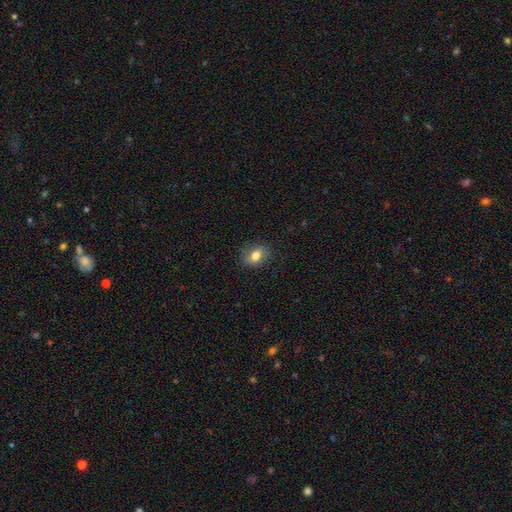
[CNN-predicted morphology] A smooth galaxy with no disk features (78%) that is in between round and cigar-shaped (65%).

Vote fractions:
- Smooth or featured? smooth: 78% / featured or disk: 12% / star or artifact: 9%
- How rounded? in between: 65% / round: 34% / cigar-shaped: 1%
- Merging? none: 83% / minor disturbance: 13% / major disturbance: 3% / merger: 1%